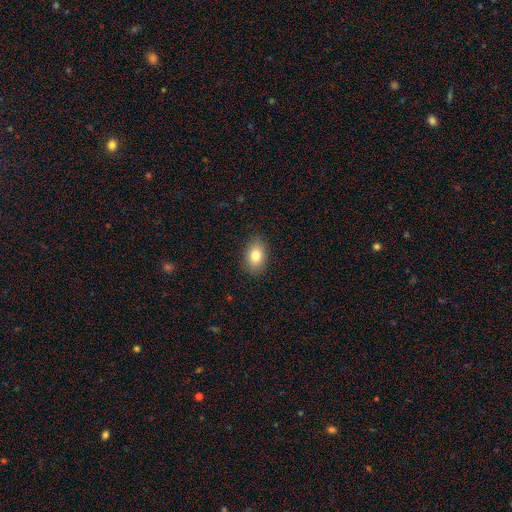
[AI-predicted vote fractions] smooth 82%, featured or disk 10%, star or artifact 8%. Down the decision tree: how rounded — in between (84%); merging — none (88%).